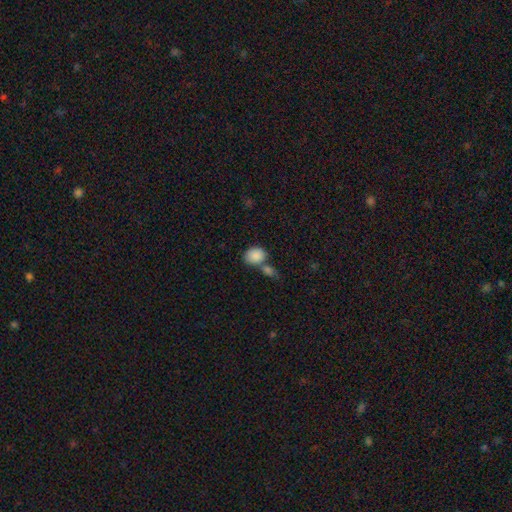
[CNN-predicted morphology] smooth_or_featured: smooth (p=0.87) [alt: star or artifact p=0.07]
how_rounded: in between (p=0.59) [alt: round p=0.40]
merging: none (p=0.43) [alt: merger p=0.42]